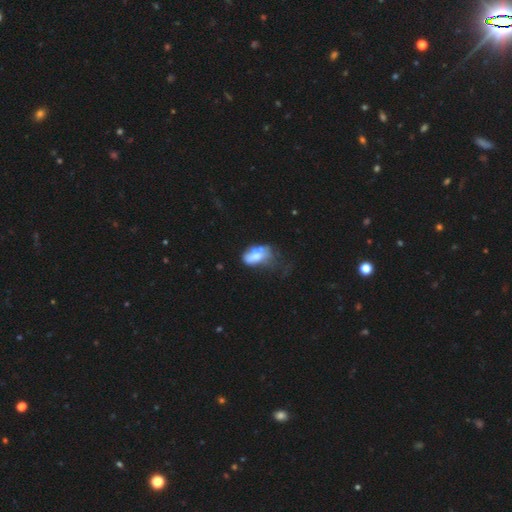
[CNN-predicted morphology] Smooth or featured?
  - smooth: 55% *
  - featured or disk: 35%
  - star or artifact: 10%
How rounded?
  - in between: 86% *
  - round: 10%
  - cigar-shaped: 3%
Merging?
  - major disturbance: 35% *
  - minor disturbance: 24%
  - none: 21%
  - merger: 20%